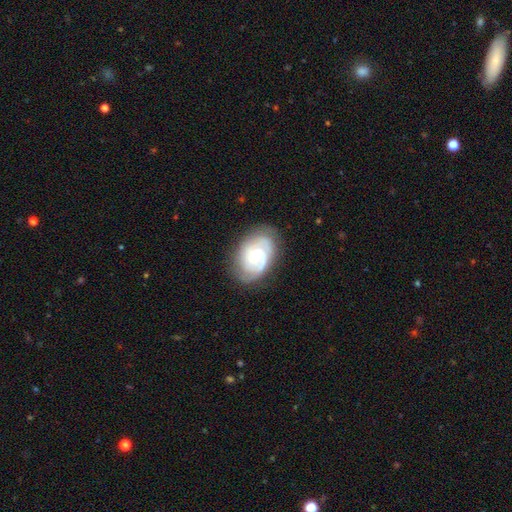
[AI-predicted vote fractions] smooth_or_featured: featured or disk (p=0.77) [alt: smooth p=0.17]
disk_edge_on: no (p=0.96) [alt: yes p=0.04]
bar: no (p=0.71) [alt: weak p=0.25]
has_spiral_arms: yes (p=0.92) [alt: no p=0.08]
spiral_winding: tight (p=0.63) [alt: medium p=0.29]
spiral_arm_count: 2 (p=0.36) [alt: can't tell p=0.29]
bulge_size: moderate (p=0.50) [alt: small p=0.45]
merging: none (p=0.75) [alt: minor disturbance p=0.18]